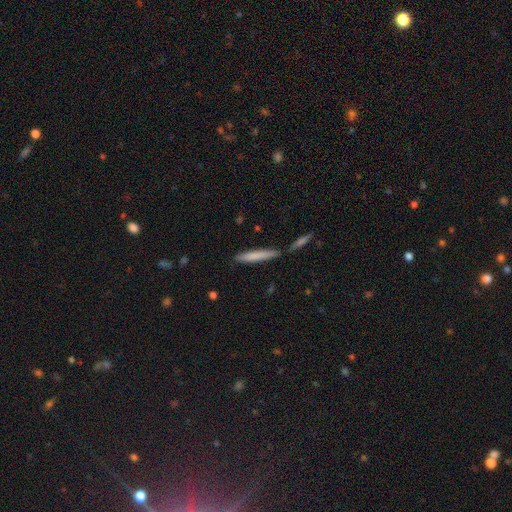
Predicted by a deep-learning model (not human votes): Smooth or featured? smooth (75%)
How rounded? cigar-shaped (93%)
Merging? none (74%)